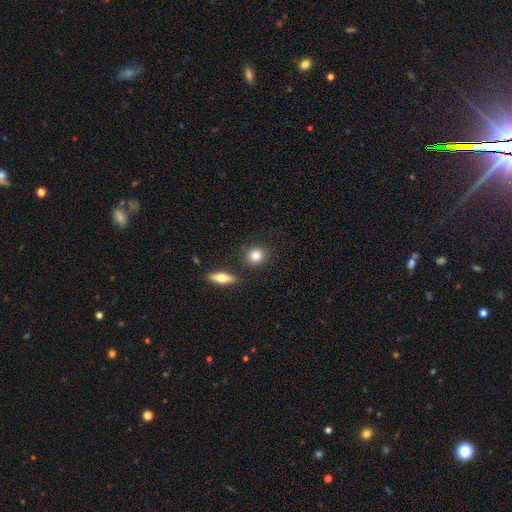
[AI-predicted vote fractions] Morphology: type=smooth (82%); roundness=round (79%); merging=none (83%).